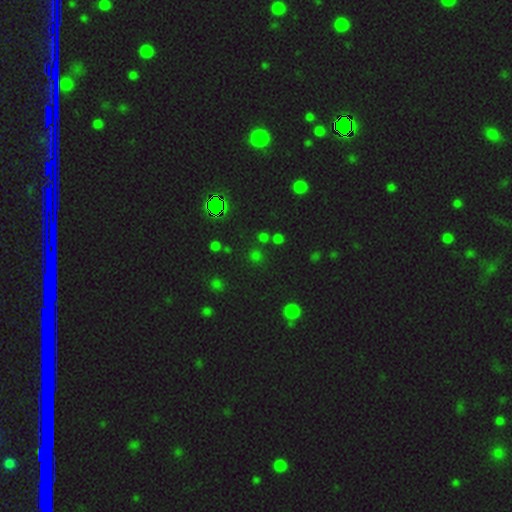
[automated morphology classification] Smooth or featured: smooth — 48% (star or artifact — 46%)
Merging: none — 78% (minor disturbance — 9%)